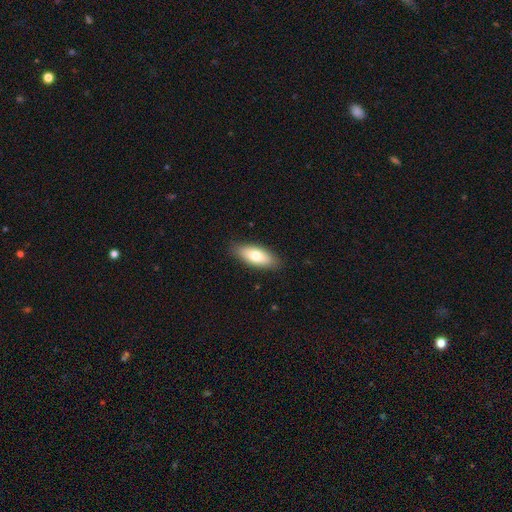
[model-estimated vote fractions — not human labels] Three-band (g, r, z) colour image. It shows a smooth galaxy with no disk features (73%) that is in between round and cigar-shaped (78%). Merging: none (87%).